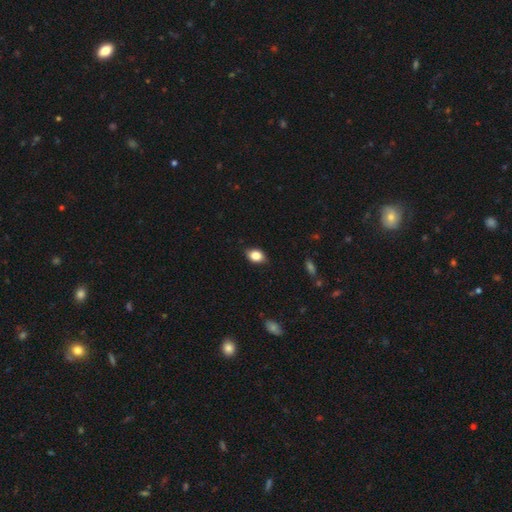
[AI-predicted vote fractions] smooth 84%, star or artifact 8%, featured or disk 8%. Down the decision tree: how rounded — in between (77%); merging — none (82%).